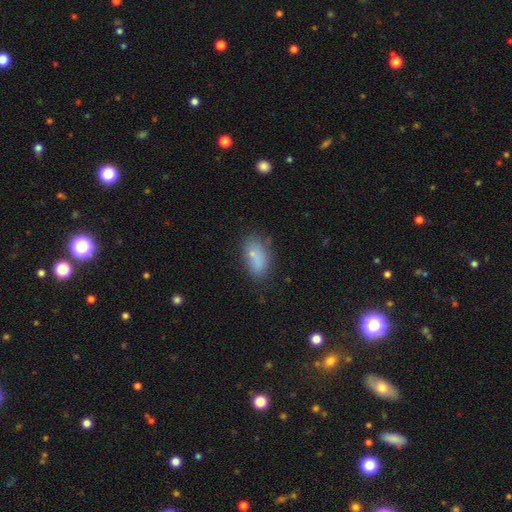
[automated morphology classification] smooth_or_featured: smooth (p=0.76) [alt: star or artifact p=0.12]
how_rounded: in between (p=0.89) [alt: round p=0.06]
merging: none (p=0.69) [alt: minor disturbance p=0.19]